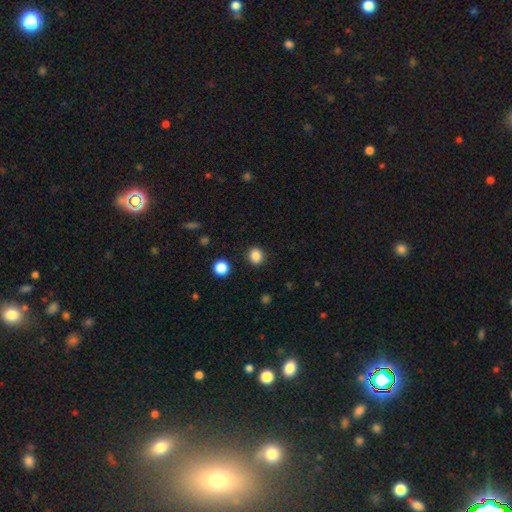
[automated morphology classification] smooth-or-featured: smooth: 86% | star or artifact: 11% | featured or disk: 3%
  how-rounded: round: 72% | in between: 27% | cigar-shaped: 1%
  merging: none: 89% | minor disturbance: 7% | major disturbance: 2% | merger: 2%